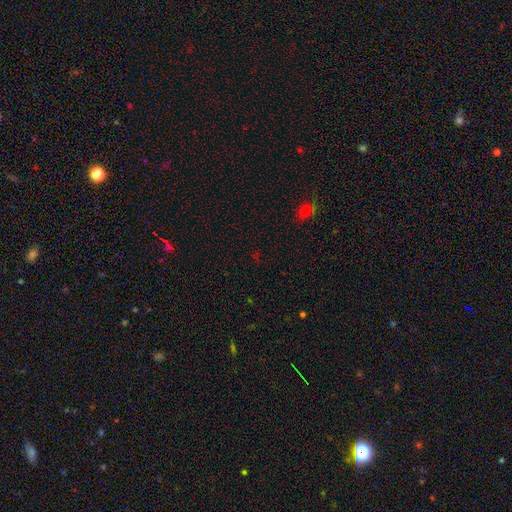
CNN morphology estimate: smooth-or-featured: star or artifact: 63% | smooth: 29% | featured or disk: 8%